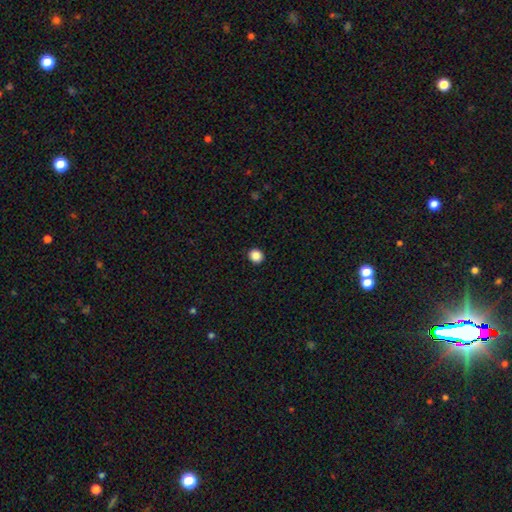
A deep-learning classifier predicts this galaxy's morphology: smooth-or-featured: smooth: 87% | star or artifact: 10% | featured or disk: 3%
  how-rounded: round: 87% | in between: 12% | cigar-shaped: 1%
  merging: none: 92% | minor disturbance: 5% | major disturbance: 2% | merger: 1%